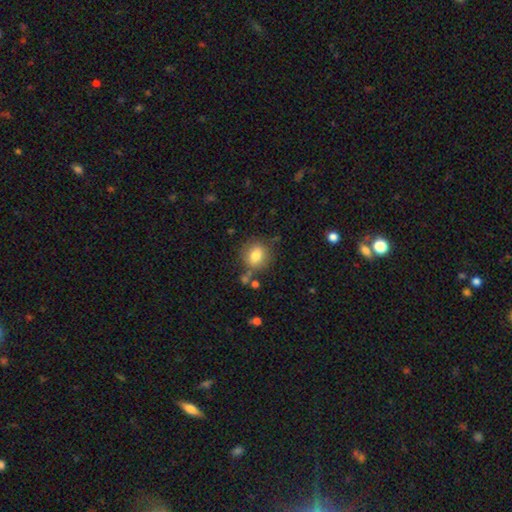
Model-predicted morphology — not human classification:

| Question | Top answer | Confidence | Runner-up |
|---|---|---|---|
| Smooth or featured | smooth | 79% | featured or disk (11%) |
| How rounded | round | 78% | in between (21%) |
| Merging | none | 75% | minor disturbance (14%) |